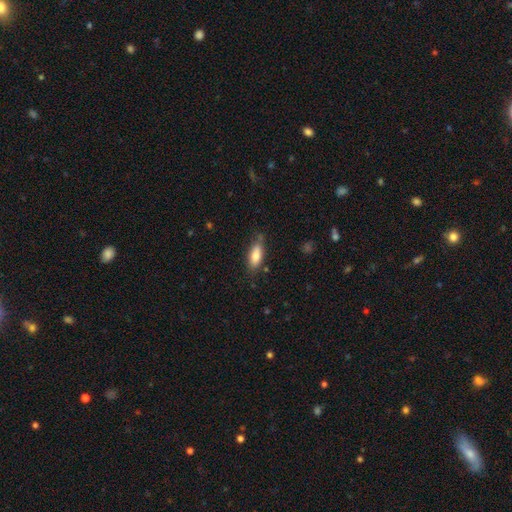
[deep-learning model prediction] Smooth or featured: smooth — 79% (featured or disk — 14%)
How rounded: in between — 73% (cigar-shaped — 25%)
Merging: none — 71% (minor disturbance — 22%)